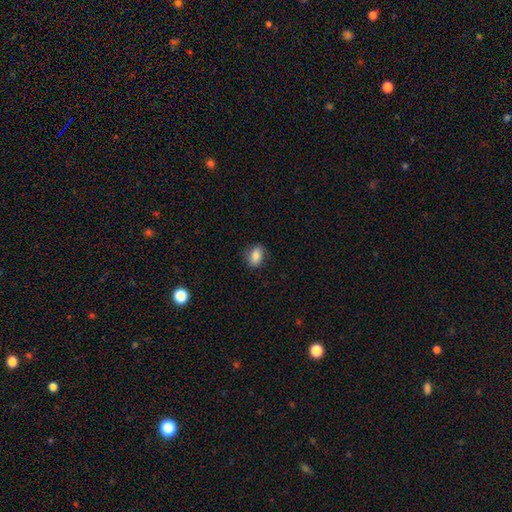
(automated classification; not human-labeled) smooth_or_featured: smooth (p=0.82) [alt: featured or disk p=0.10]
how_rounded: in between (p=0.77) [alt: round p=0.21]
merging: none (p=0.81) [alt: minor disturbance p=0.15]